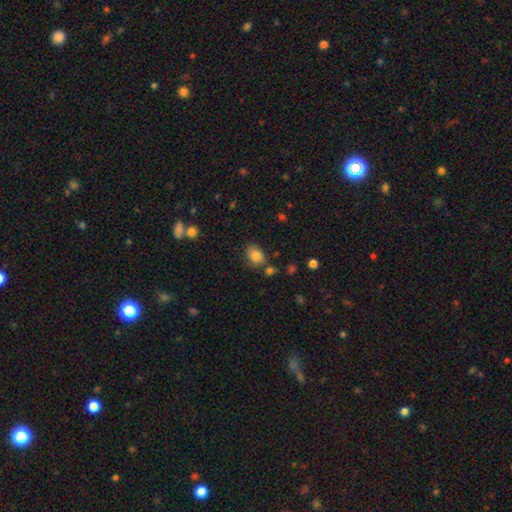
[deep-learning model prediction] This appears to be a smooth galaxy with no disk features (82%) that is in between round and cigar-shaped (70%). Merging: none (69%).